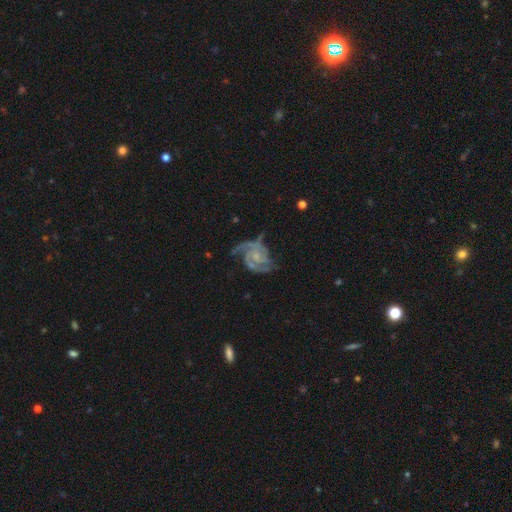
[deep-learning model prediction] This is clearly a featured or disk galaxy (89%). It is clearly not viewed edge-on (98%). Bar: possibly no (58%). Spiral arm pattern: clearly yes (97%). Spiral arm count: possibly 2 (51%). Spiral winding: possibly medium (48%). Central bulge: possibly small (52%). Merging: possibly none (55%).